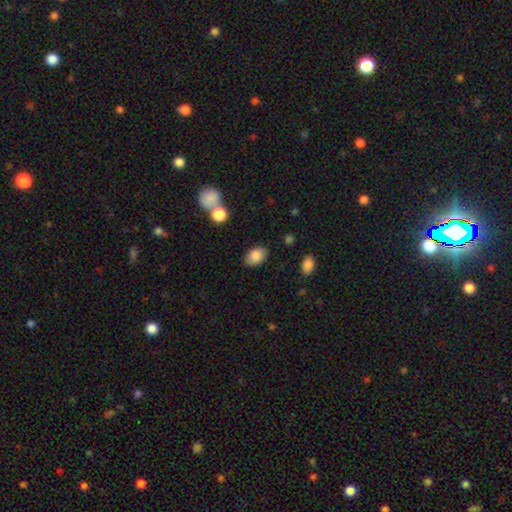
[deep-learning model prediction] Morphology: type=smooth (85%); roundness=in between (88%); merging=none (82%).